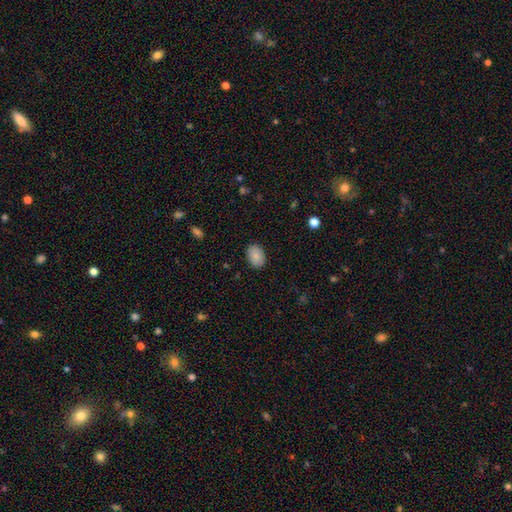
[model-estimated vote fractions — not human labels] A smooth galaxy with no disk features (86%) that is in between round and cigar-shaped (79%). Merging: none (88%).